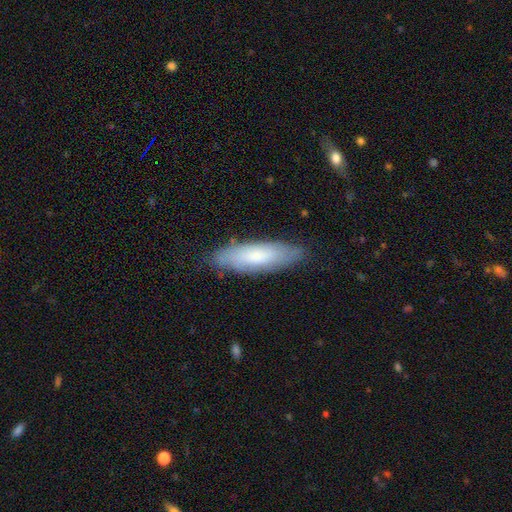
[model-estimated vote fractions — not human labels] Smooth or featured? smooth (69%)
How rounded? cigar-shaped (54%)
Merging? none (81%)